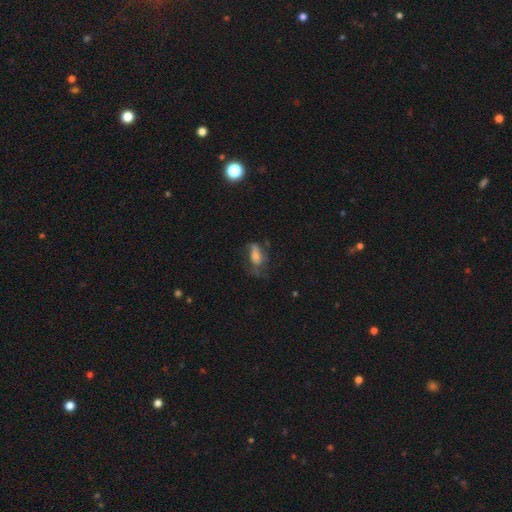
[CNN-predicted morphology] This appears to be a featured or disk galaxy (46%). Merging: none (41%).